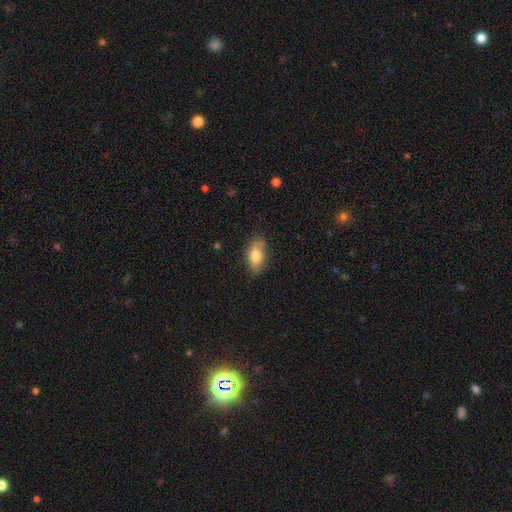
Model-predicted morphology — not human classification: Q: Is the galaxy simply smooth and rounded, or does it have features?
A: smooth — 77%.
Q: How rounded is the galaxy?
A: in between — 88%.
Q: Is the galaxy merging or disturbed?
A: none — 73%.